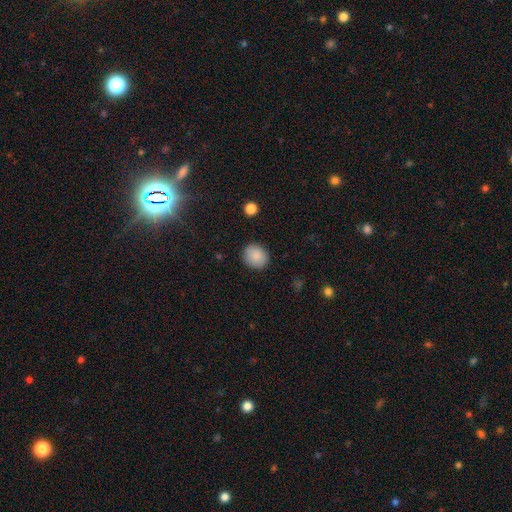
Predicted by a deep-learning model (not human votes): Morphology: type=smooth (88%); roundness=round (78%); merging=none (89%).